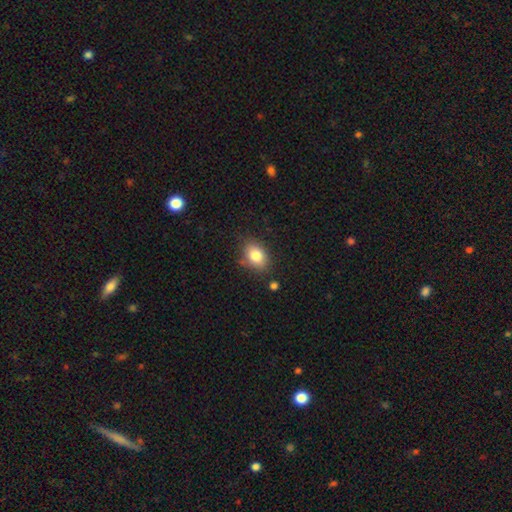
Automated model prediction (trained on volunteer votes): A smooth galaxy with no disk features (82%) that is in between round and cigar-shaped (74%). Merging: none (78%).